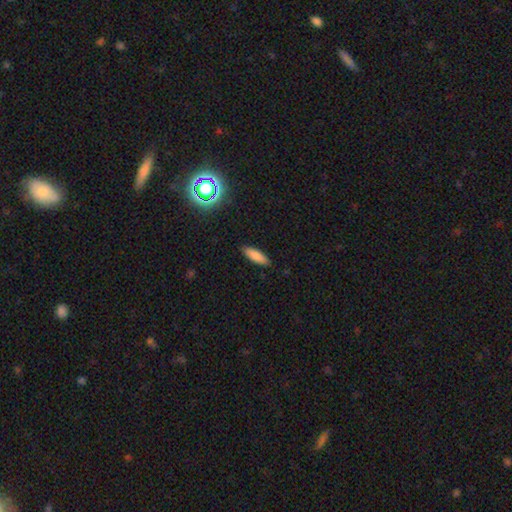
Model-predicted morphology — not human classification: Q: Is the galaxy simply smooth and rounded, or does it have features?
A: smooth — 82%.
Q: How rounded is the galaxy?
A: cigar-shaped — 49%, tied with in between.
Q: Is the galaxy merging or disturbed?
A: none — 88%.